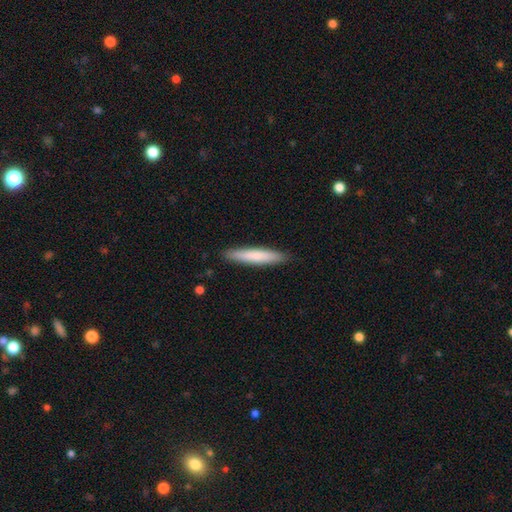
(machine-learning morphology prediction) smooth_or_featured: smooth (p=0.75) [alt: featured or disk p=0.20]
how_rounded: cigar-shaped (p=0.91) [alt: in between p=0.08]
merging: none (p=0.90) [alt: minor disturbance p=0.08]